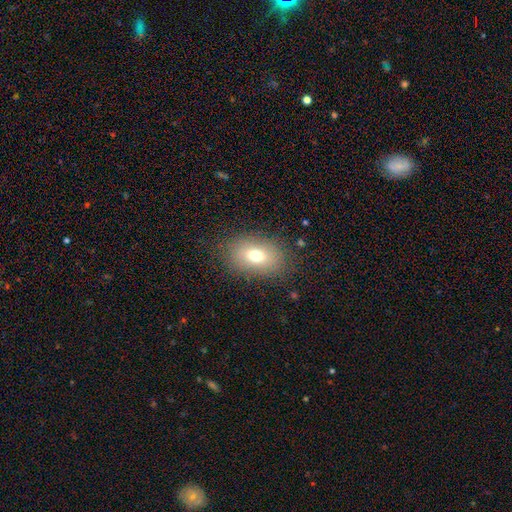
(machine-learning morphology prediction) Smooth or featured: smooth — 72% (featured or disk — 16%)
How rounded: in between — 80% (round — 19%)
Merging: none — 82% (minor disturbance — 11%)